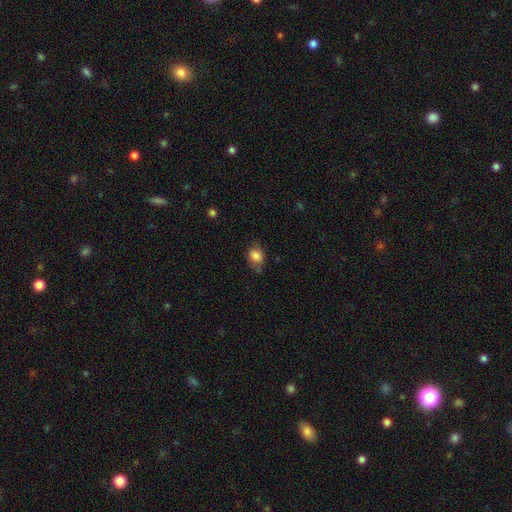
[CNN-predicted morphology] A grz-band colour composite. It shows a smooth galaxy with no disk features (82%) that is in between round and cigar-shaped (55%). Merging: none (59%).